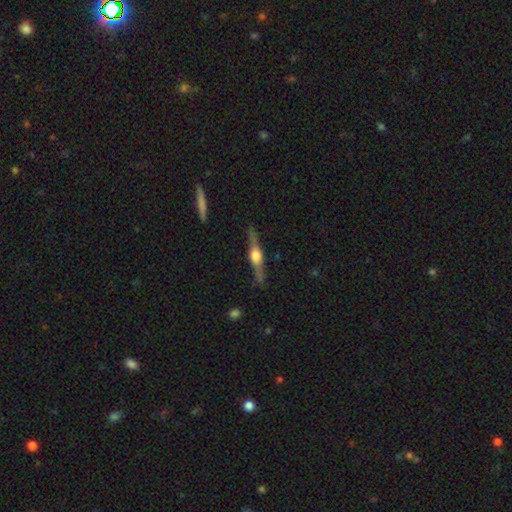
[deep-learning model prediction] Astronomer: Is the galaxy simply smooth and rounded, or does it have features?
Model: featured or disk — 80%.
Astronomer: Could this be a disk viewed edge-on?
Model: yes — 97%.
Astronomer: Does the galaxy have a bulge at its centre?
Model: rounded — 91%.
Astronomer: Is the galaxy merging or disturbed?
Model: none — 86%.